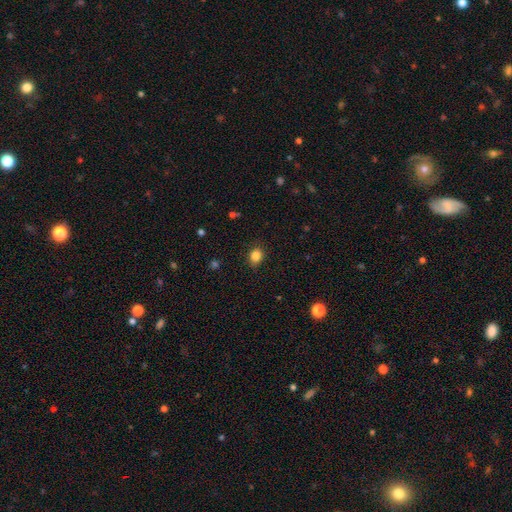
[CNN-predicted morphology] A smooth galaxy with no disk features (84%) that is round (66%). Merging: none (87%).